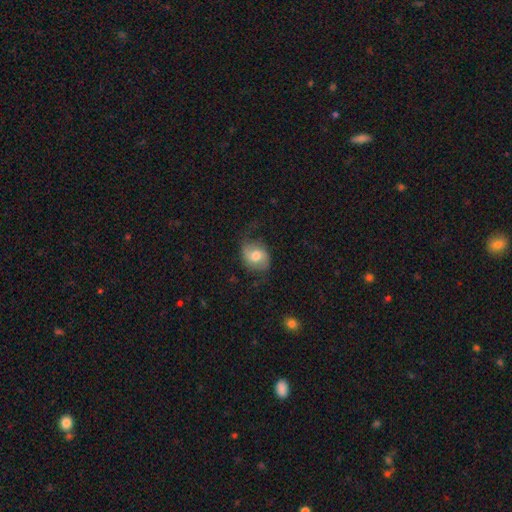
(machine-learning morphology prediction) smooth_or_featured: smooth (p=0.55) [alt: featured or disk p=0.38]
how_rounded: in between (p=0.53) [alt: round p=0.46]
merging: none (p=0.60) [alt: minor disturbance p=0.26]